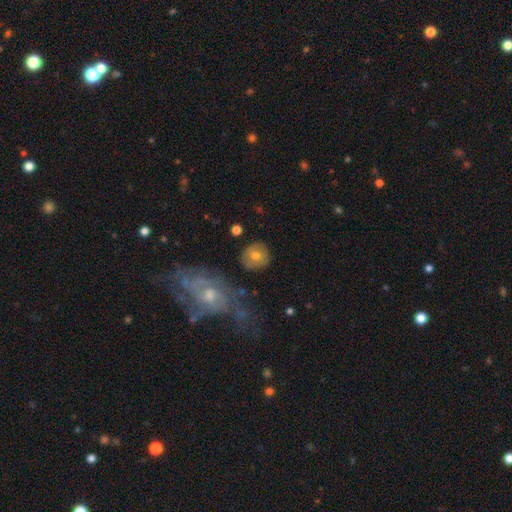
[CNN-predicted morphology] A smooth galaxy with no disk features (65%) that is round (86%).

Vote fractions:
- Smooth or featured? smooth: 65% / featured or disk: 28% / star or artifact: 8%
- How rounded? round: 86% / in between: 13% / cigar-shaped: 1%
- Merging? none: 81% / minor disturbance: 11% / major disturbance: 4% / merger: 4%